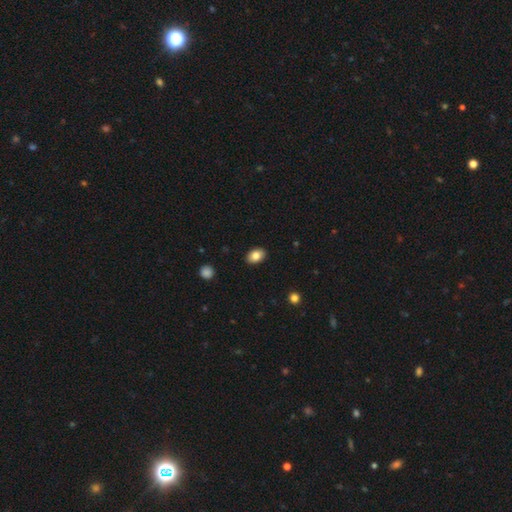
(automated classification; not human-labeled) This is clearly a smooth galaxy (84%). How rounded: clearly in between (81%). Merging: clearly none (89%).